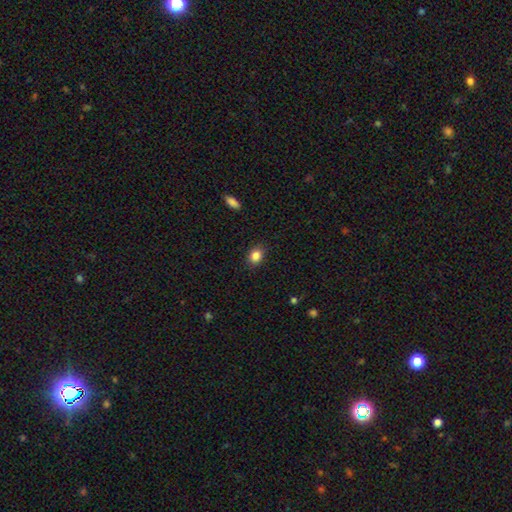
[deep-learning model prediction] Q: Smooth or featured?
A: smooth (85%); runner-up: star or artifact (10%)
Q: How rounded?
A: in between (53%); runner-up: round (46%)
Q: Merging?
A: none (88%); runner-up: minor disturbance (9%)